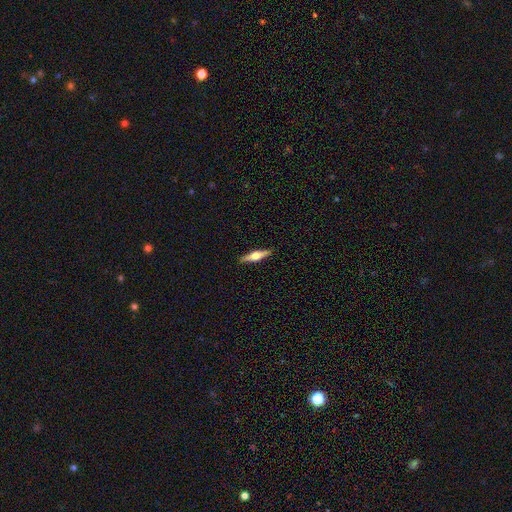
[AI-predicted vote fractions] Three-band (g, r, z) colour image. It shows a featured or disk galaxy (65%) viewed edge-on (97%) with a rounded central bulge (94%). Merging: none (91%).